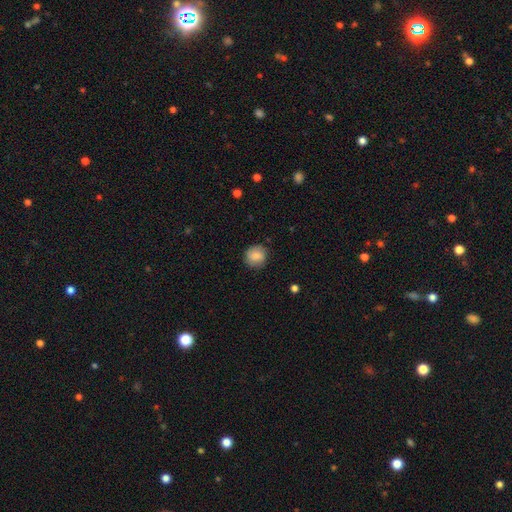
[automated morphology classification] Smooth or featured? Predicted: smooth (p=0.81). How rounded? Predicted: round (p=0.86). Merging? Predicted: none (p=0.84).